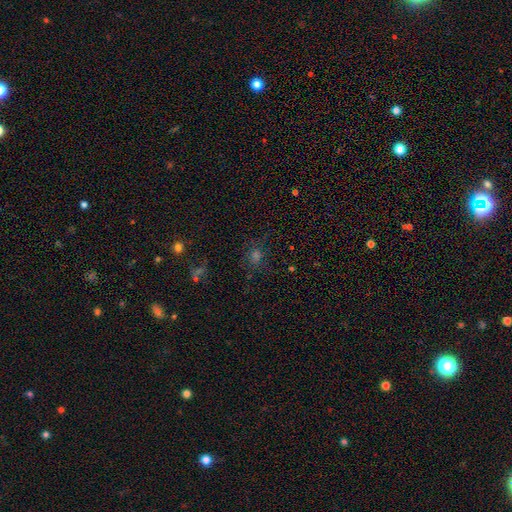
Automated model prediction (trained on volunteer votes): smooth-or-featured: smooth: 45% | star or artifact: 43% | featured or disk: 12%
  merging: none: 74% | minor disturbance: 14% | major disturbance: 8% | merger: 3%